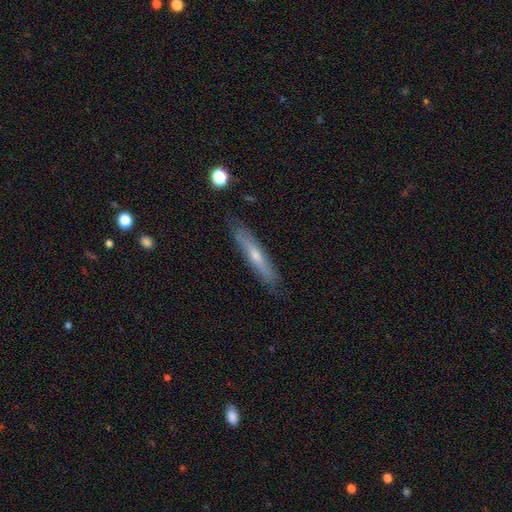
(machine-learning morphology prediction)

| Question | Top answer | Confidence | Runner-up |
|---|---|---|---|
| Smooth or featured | featured or disk | 48% | smooth (46%) |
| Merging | none | 82% | minor disturbance (14%) |